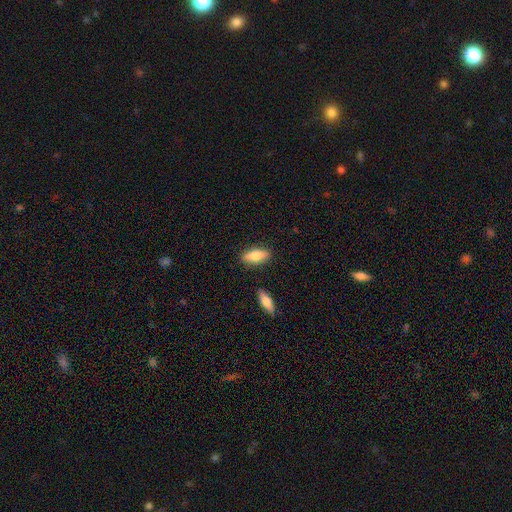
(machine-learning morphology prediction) smooth-or-featured: smooth: 67% | featured or disk: 27% | star or artifact: 6%
  how-rounded: in between: 73% | cigar-shaped: 24% | round: 3%
  merging: none: 85% | minor disturbance: 9% | merger: 3% | major disturbance: 2%